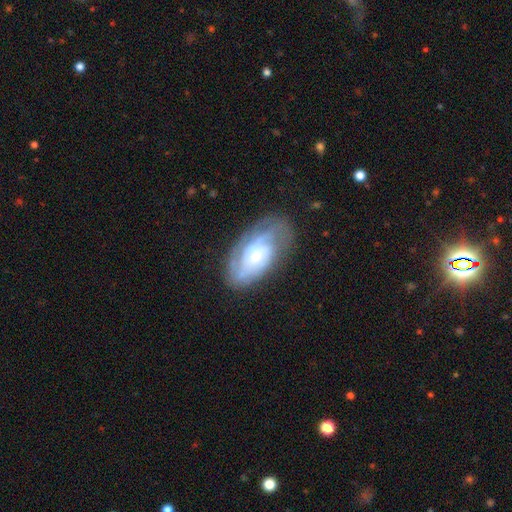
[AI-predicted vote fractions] smooth-or-featured: featured or disk: 75% | smooth: 19% | star or artifact: 6%
  disk-edge-on: no: 94% | yes: 6%
    bar: no: 72% | weak: 23% | strong: 5%
    has-spiral-arms: yes: 89% | no: 11%
      spiral-winding: tight: 54% | medium: 34% | loose: 12%
      spiral-arm-count: can't tell: 39% | 2: 30% | 3: 15% | 1: 8% | 4: 5% | more than 4: 3%
    bulge-size: small: 48% | moderate: 44% | large: 5% | none: 2% | dominant: 1%
  merging: none: 64% | minor disturbance: 23% | major disturbance: 11% | merger: 2%